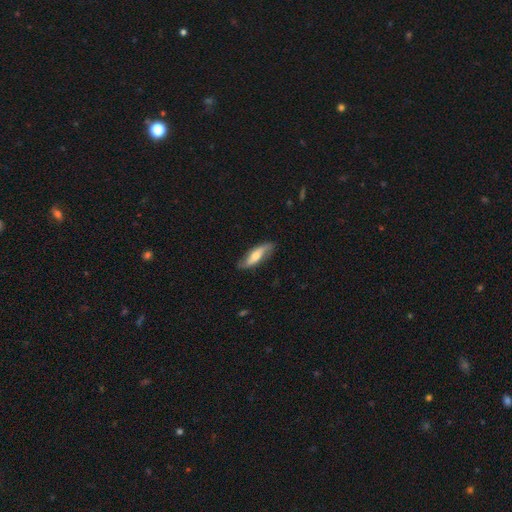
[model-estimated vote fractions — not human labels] Q: Smooth or featured?
A: featured or disk (52%); runner-up: smooth (42%)
Q: Edge-on disk?
A: no (66%); runner-up: yes (34%)
Q: Merging?
A: none (79%); runner-up: minor disturbance (17%)